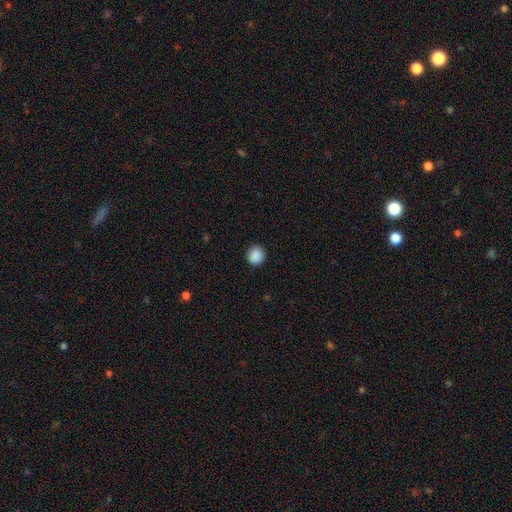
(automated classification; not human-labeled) Overall: smooth (89%). How rounded: round (93%). Merging: none (92%).